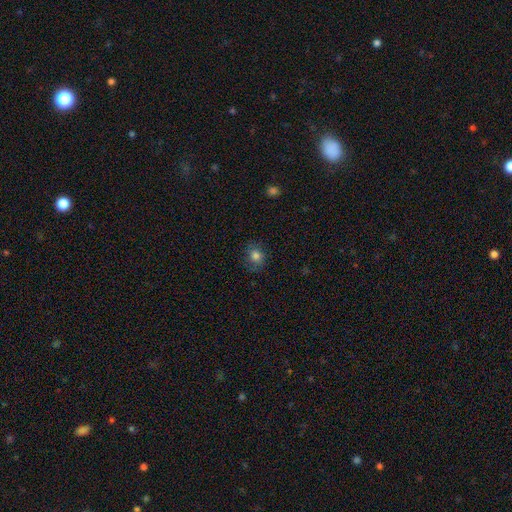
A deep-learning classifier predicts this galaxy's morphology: type=smooth (77%); roundness=round (73%); merging=none (76%).